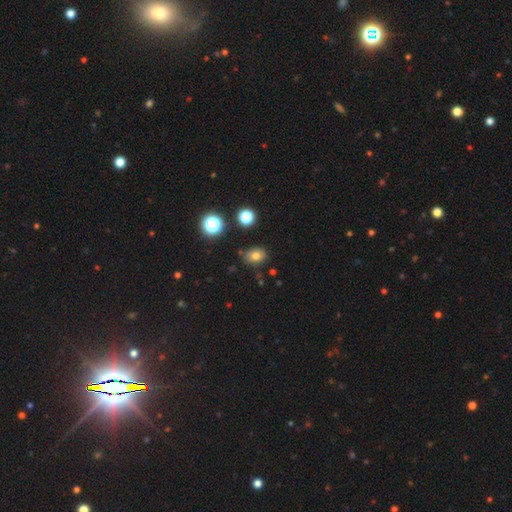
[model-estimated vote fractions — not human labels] Morphology: type=smooth (75%); roundness=in between (60%); merging=none (78%).